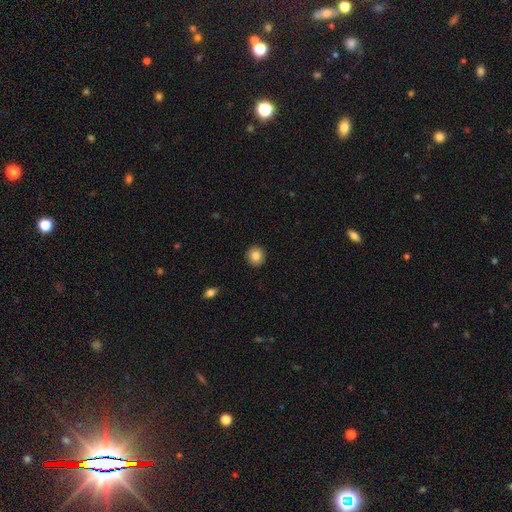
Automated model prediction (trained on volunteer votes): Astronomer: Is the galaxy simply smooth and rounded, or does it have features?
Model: smooth — 84%.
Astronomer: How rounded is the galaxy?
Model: round — 88%.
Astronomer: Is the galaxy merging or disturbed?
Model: none — 92%.